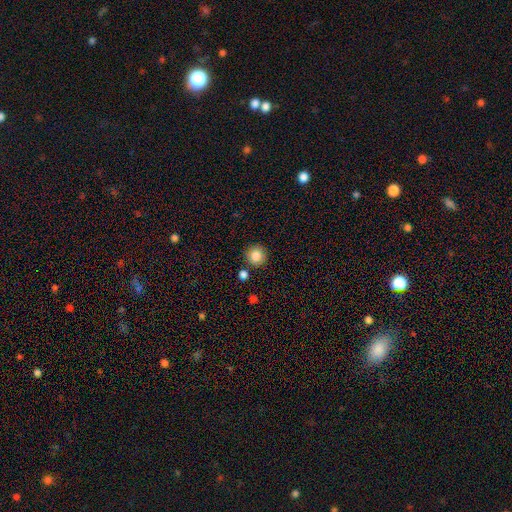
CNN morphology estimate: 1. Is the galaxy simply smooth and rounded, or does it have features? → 85% smooth, 10% star or artifact, 6% featured or disk.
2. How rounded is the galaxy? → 93% round, 7% in between, 1% cigar-shaped.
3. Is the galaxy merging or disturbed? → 85% none, 8% minor disturbance, 5% merger, 2% major disturbance.